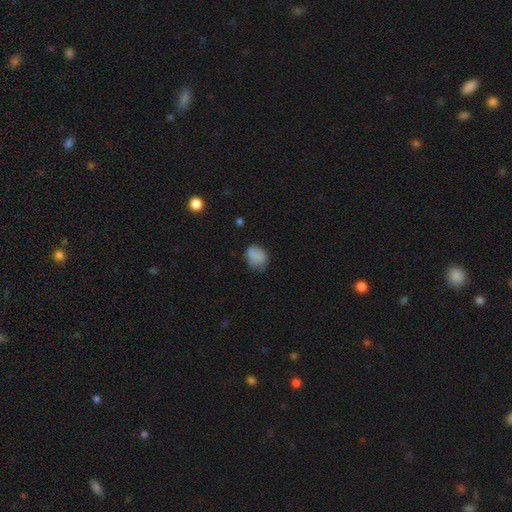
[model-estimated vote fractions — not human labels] A smooth galaxy with no disk features (79%) that is in between round and cigar-shaped (55%). Merging: none (57%).